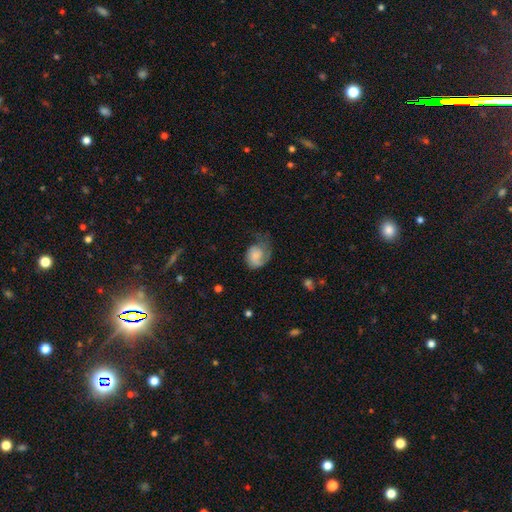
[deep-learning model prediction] smooth_or_featured: smooth (p=0.52) [alt: featured or disk p=0.41]
how_rounded: in between (p=0.51) [alt: round p=0.48]
merging: major disturbance (p=0.34) [alt: none p=0.33]